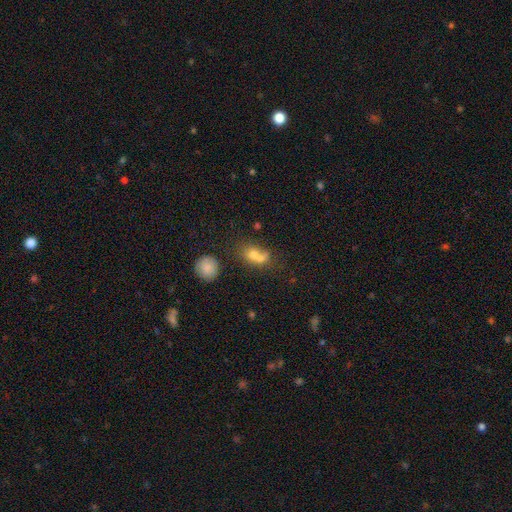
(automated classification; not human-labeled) smooth-or-featured: smooth: 69% | featured or disk: 18% | star or artifact: 13%
  how-rounded: round: 55% | in between: 43% | cigar-shaped: 2%
  merging: merger: 60% | none: 26% | minor disturbance: 8% | major disturbance: 5%